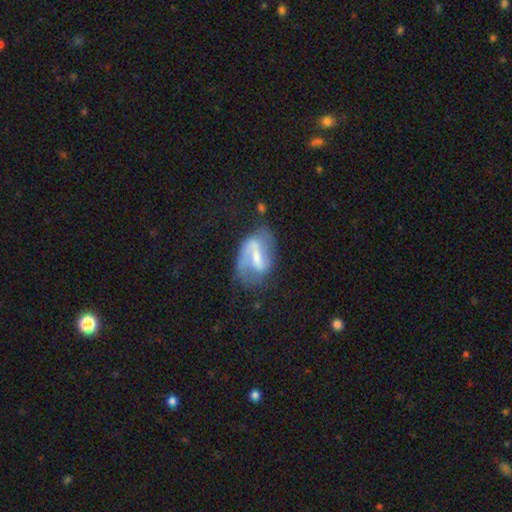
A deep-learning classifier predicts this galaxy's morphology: smooth_or_featured: featured or disk (p=0.75) [alt: smooth p=0.19]
disk_edge_on: no (p=0.96) [alt: yes p=0.04]
bar: weak (p=0.44) [alt: strong p=0.42]
has_spiral_arms: yes (p=0.86) [alt: no p=0.14]
spiral_winding: medium (p=0.42) [alt: loose p=0.41]
spiral_arm_count: 2 (p=0.72) [alt: 1 p=0.16]
bulge_size: small (p=0.43) [alt: moderate p=0.38]
merging: none (p=0.50) [alt: minor disturbance p=0.26]